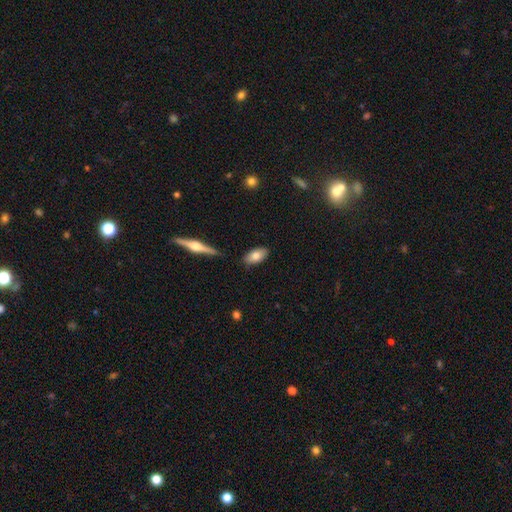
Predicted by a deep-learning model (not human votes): Overall: smooth (78%). How rounded: in between (91%). Merging: none (83%).